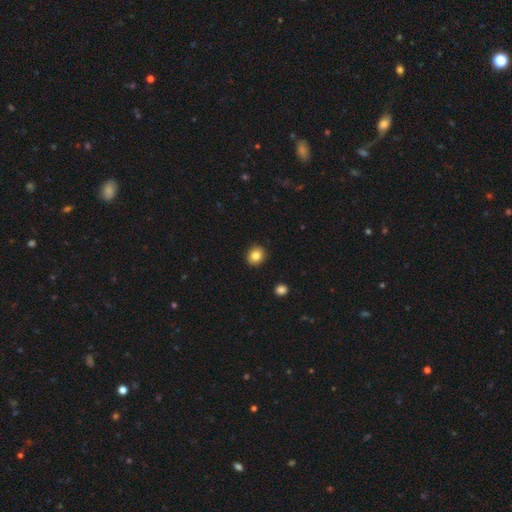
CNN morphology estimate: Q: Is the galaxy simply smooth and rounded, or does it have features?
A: smooth — 84%.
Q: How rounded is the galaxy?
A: round — 85%.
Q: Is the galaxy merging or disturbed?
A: none — 91%.